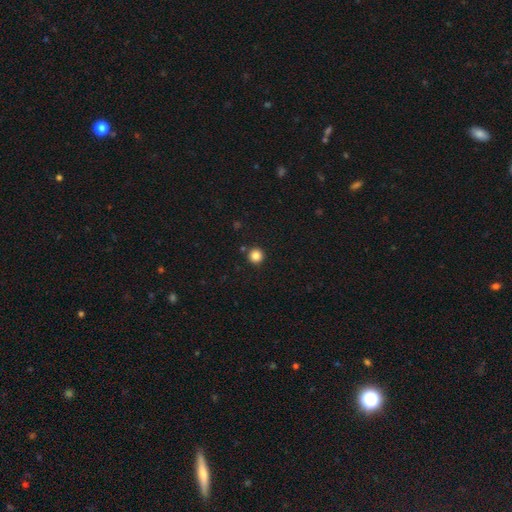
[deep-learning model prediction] Smooth or featured? smooth (85%)
How rounded? round (96%)
Merging? none (91%)